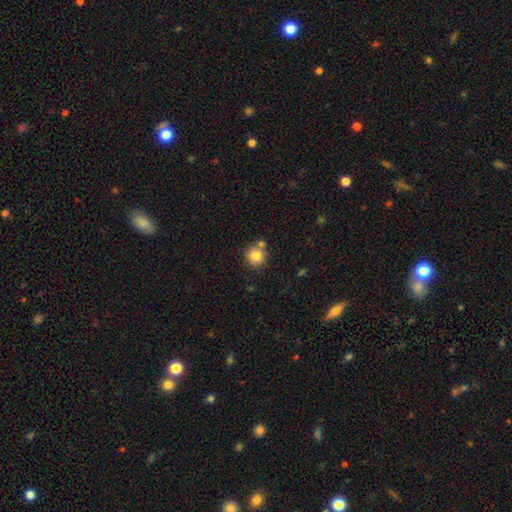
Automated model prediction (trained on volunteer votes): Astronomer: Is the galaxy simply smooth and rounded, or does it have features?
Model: smooth — 82%.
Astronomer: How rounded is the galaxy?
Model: round — 91%.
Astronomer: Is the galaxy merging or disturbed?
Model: none — 65%.